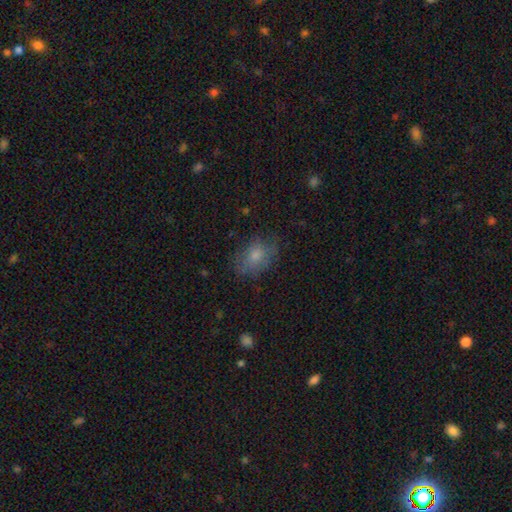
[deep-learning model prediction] The model was most divided on "merging": none: 67%, minor disturbance: 22%, major disturbance: 9%, merger: 1%. More confident: how rounded — in between (77%); smooth or featured — smooth (74%).